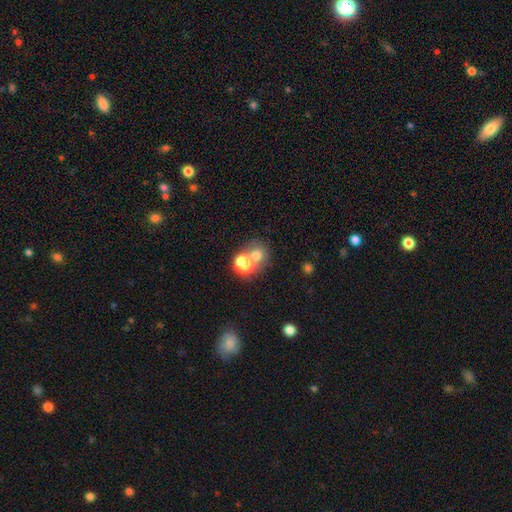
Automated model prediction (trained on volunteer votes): Smooth or featured? smooth (71%)
How rounded? round (77%)
Merging? merger (49%)